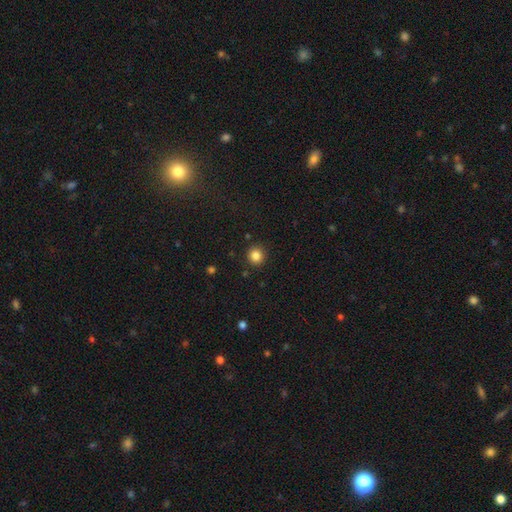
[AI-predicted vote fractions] A smooth galaxy with no disk features (84%) that is round (92%). Merging: none (90%).